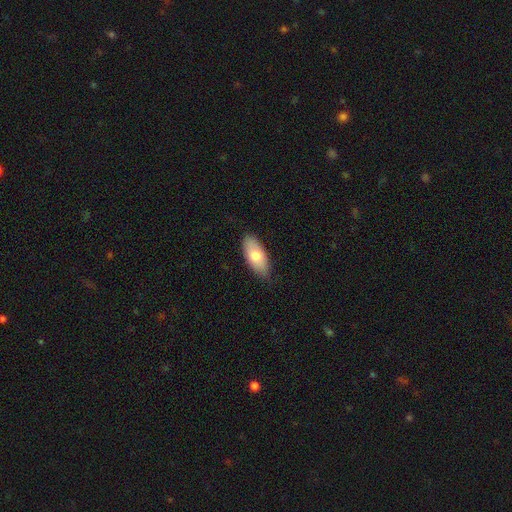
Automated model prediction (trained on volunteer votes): The model was most divided on "smooth or featured": smooth: 76%, featured or disk: 18%, star or artifact: 6%. More confident: how rounded — in between (89%); merging — none (79%).